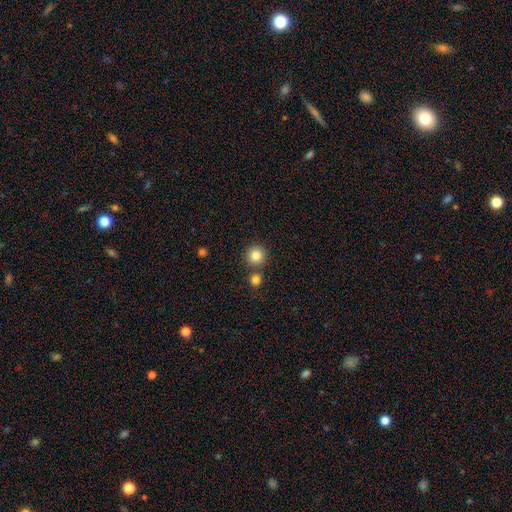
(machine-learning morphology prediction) Overall: smooth (83%). How rounded: round (94%). Merging: none (77%).